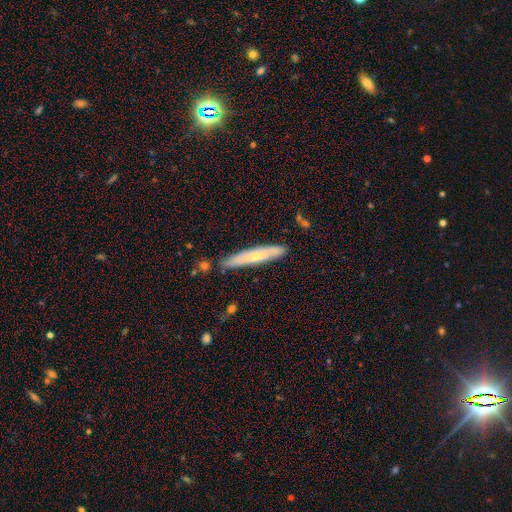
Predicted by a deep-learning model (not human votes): smooth 53%, featured or disk 41%, star or artifact 6%. Down the decision tree: how rounded — cigar-shaped (93%); merging — none (83%).